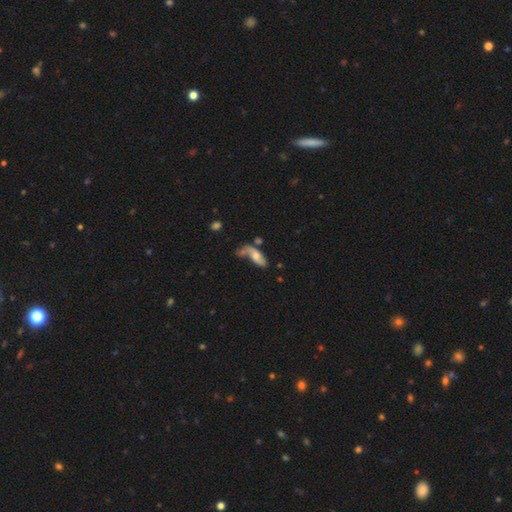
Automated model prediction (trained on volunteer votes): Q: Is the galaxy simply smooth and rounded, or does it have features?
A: smooth — 51%.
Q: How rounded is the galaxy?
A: in between — 71%.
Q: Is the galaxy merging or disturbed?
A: none — 29%.